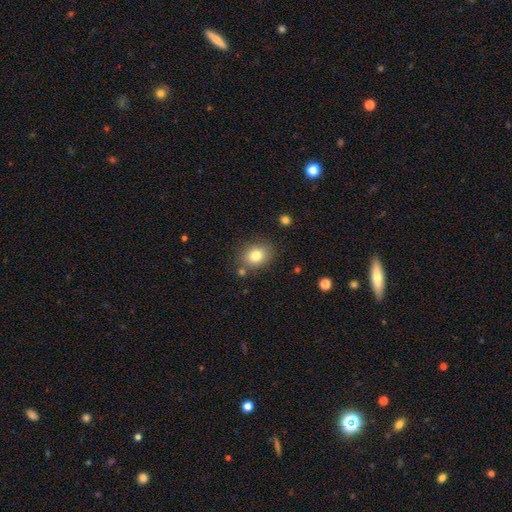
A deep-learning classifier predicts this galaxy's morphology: The model was most divided on "how rounded": in between: 50%, round: 49%, cigar-shaped: 1%. More confident: smooth or featured — smooth (80%); merging — none (78%).